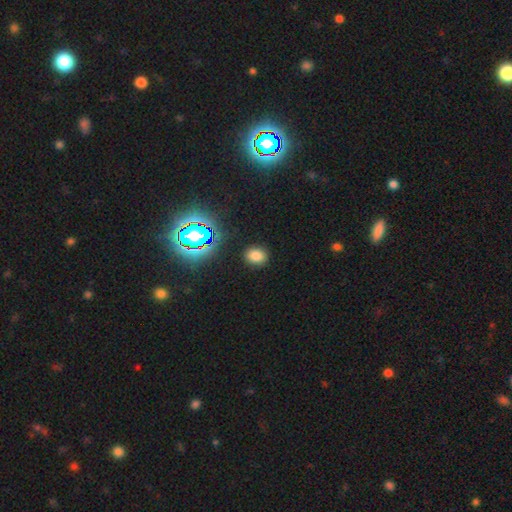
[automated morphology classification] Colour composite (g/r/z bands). It shows a smooth galaxy with no disk features (75%) that is in between round and cigar-shaped (53%). Merging: none (87%).